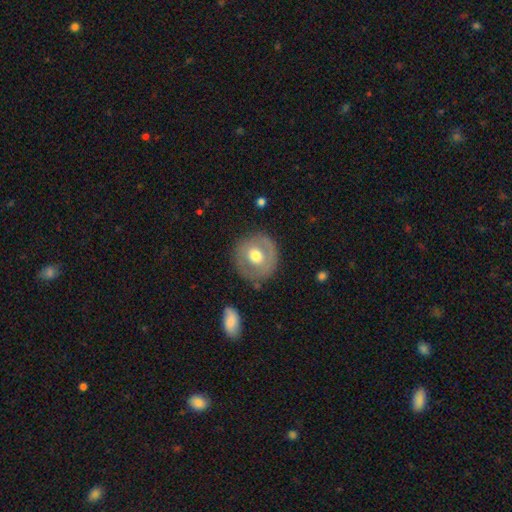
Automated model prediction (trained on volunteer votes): A smooth galaxy with no disk features (50%) that is round (89%). Merging: none (78%).